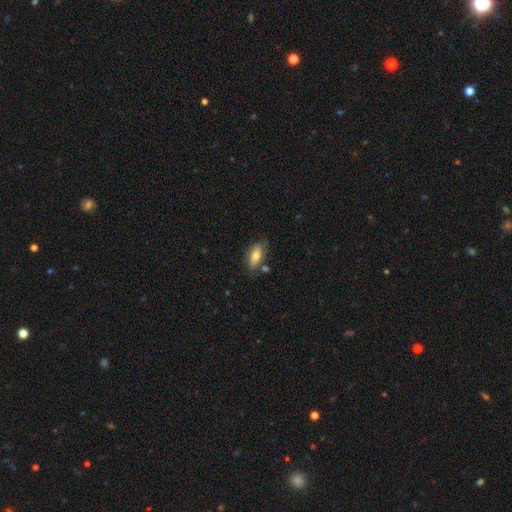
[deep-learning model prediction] Smooth or featured? Predicted: smooth (p=0.69). How rounded? Predicted: in between (p=0.84). Merging? Predicted: none (p=0.67).